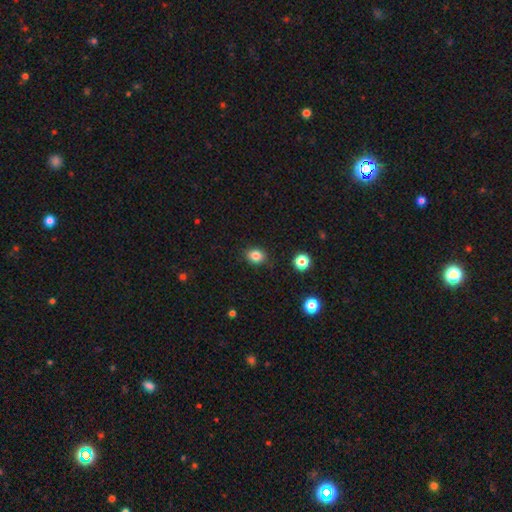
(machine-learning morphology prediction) Overall: smooth (83%). How rounded: round (54%; in between 45%). Merging: none (85%).